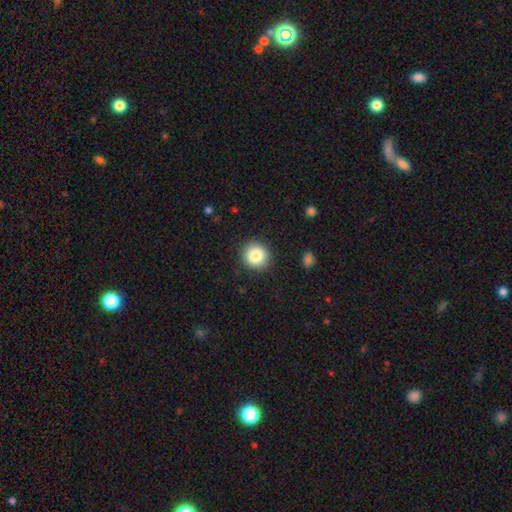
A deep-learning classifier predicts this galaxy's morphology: smooth 84%, star or artifact 9%, featured or disk 7%. Down the decision tree: how rounded — round (92%); merging — none (91%).